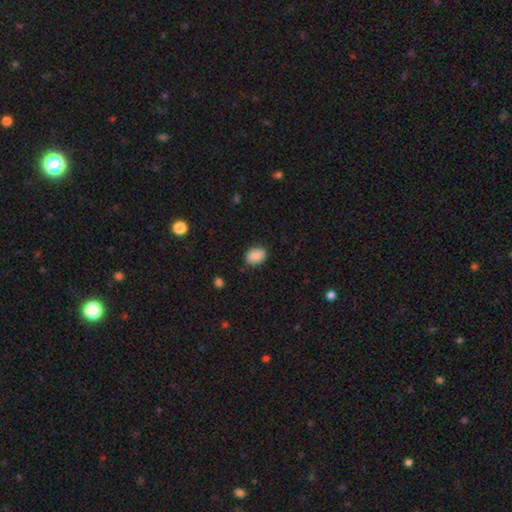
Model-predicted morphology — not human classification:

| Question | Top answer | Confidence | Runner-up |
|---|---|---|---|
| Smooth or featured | smooth | 89% | star or artifact (7%) |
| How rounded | in between | 76% | round (23%) |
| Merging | none | 86% | minor disturbance (11%) |